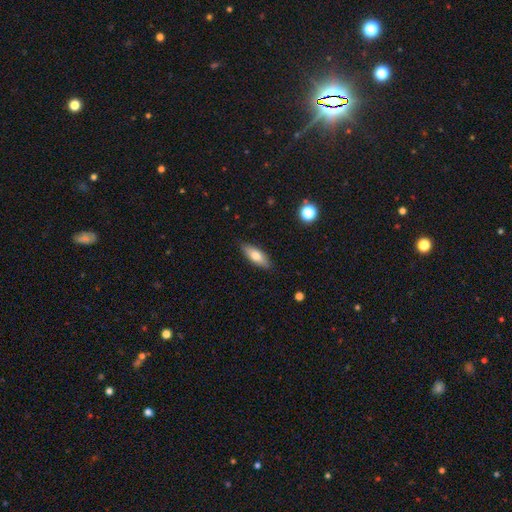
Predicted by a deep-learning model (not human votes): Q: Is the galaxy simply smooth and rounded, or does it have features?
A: smooth — 73%.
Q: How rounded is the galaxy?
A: in between — 68%.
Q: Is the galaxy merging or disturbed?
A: none — 87%.